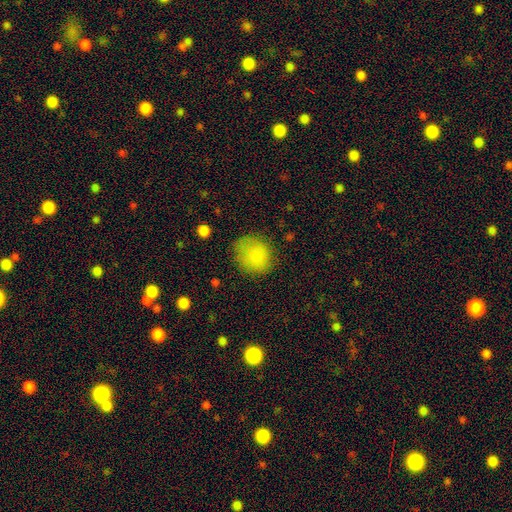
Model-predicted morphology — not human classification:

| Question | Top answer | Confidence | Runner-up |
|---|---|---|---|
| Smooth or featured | smooth | 83% | star or artifact (9%) |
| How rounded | round | 76% | in between (23%) |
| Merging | none | 72% | minor disturbance (20%) |